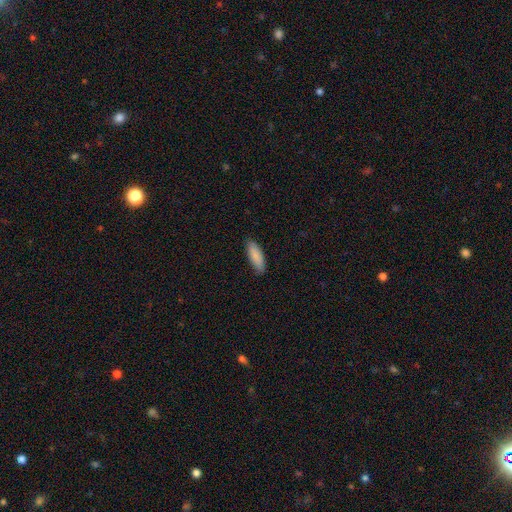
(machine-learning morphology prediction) Smooth or featured?
  - smooth: 88% *
  - featured or disk: 7%
  - star or artifact: 6%
How rounded?
  - in between: 59% *
  - cigar-shaped: 39%
  - round: 1%
Merging?
  - none: 86% *
  - minor disturbance: 11%
  - major disturbance: 2%
  - merger: 1%